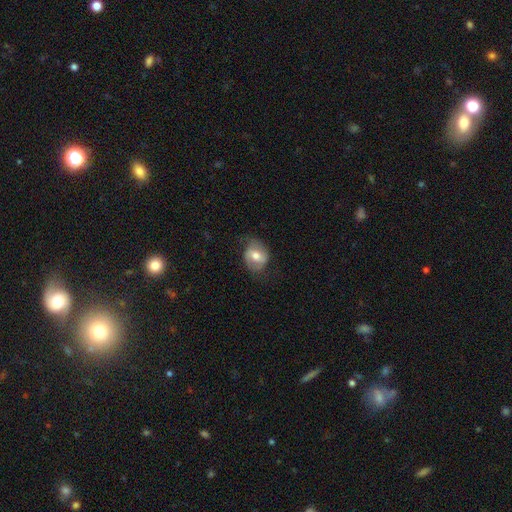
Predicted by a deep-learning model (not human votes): Smooth or featured: smooth — 49% (featured or disk — 44%)
Merging: none — 65% (minor disturbance — 23%)